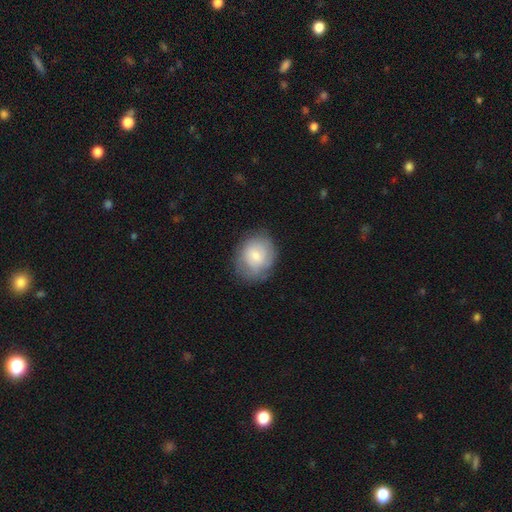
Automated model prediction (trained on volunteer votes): The model was most divided on "how rounded": round: 59%, in between: 40%, cigar-shaped: 1%. More confident: merging — none (74%); smooth or featured — smooth (63%).